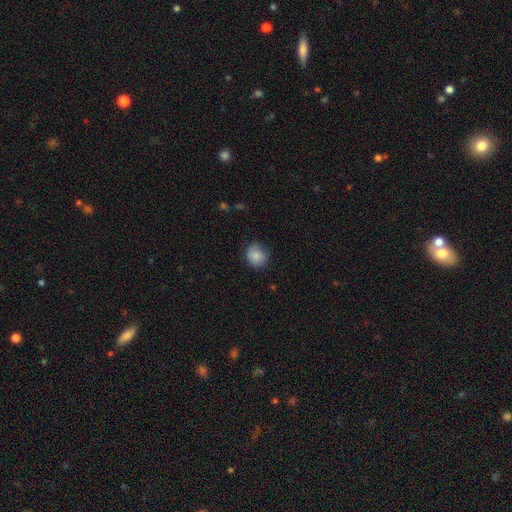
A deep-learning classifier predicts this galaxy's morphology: smooth 86%, star or artifact 8%, featured or disk 6%. Down the decision tree: how rounded — round (79%); merging — none (76%).